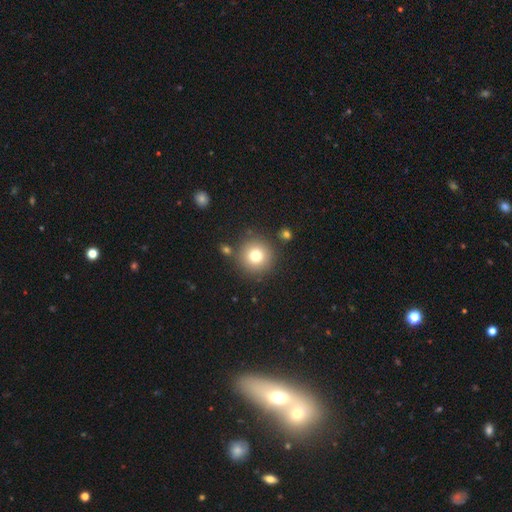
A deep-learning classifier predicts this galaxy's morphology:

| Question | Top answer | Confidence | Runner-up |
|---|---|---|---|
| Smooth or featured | smooth | 77% | star or artifact (12%) |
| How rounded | round | 95% | in between (4%) |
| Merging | none | 85% | minor disturbance (7%) |